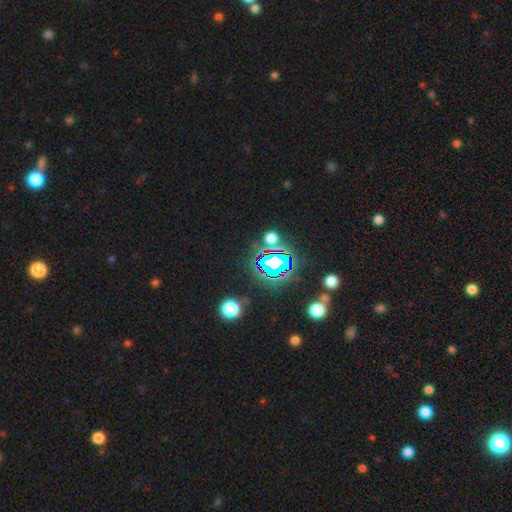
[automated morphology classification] smooth_or_featured: star or artifact (p=0.82) [alt: smooth p=0.11]